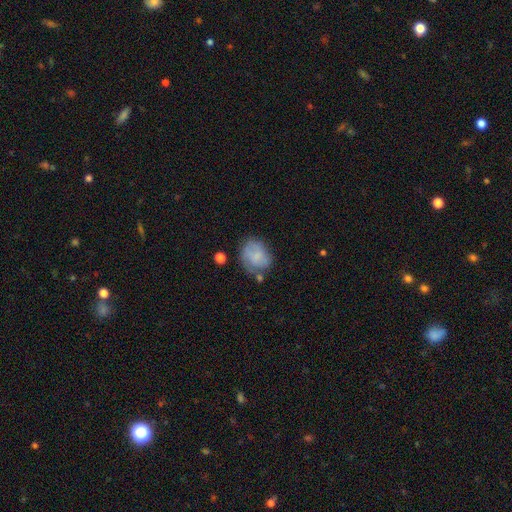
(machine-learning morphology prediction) Smooth or featured?
  - smooth: 59% *
  - featured or disk: 32%
  - star or artifact: 8%
How rounded?
  - round: 55% *
  - in between: 44%
  - cigar-shaped: 1%
Merging?
  - none: 54% *
  - minor disturbance: 27%
  - major disturbance: 12%
  - merger: 7%